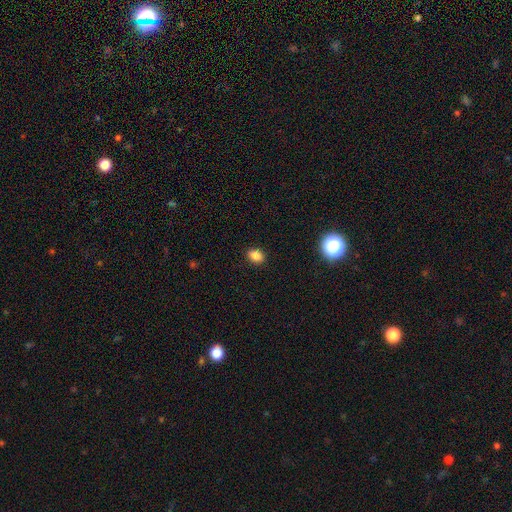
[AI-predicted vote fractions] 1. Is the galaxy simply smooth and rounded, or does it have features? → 85% smooth, 11% star or artifact, 4% featured or disk.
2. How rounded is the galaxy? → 68% in between, 30% round, 1% cigar-shaped.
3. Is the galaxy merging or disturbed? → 88% none, 8% minor disturbance, 2% major disturbance, 1% merger.